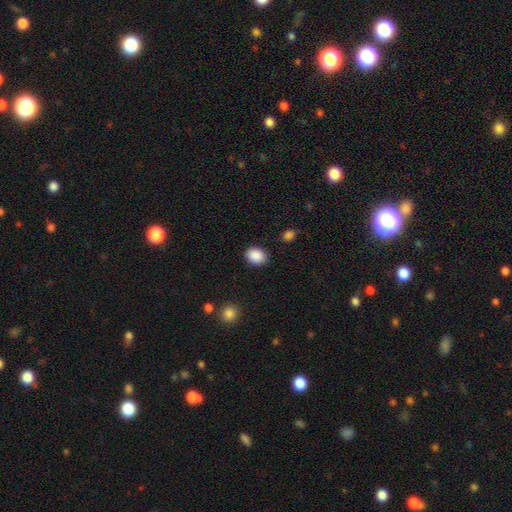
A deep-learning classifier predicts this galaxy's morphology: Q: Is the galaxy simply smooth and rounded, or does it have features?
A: smooth — 89%.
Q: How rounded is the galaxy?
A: in between — 58%.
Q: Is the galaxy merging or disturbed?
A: none — 86%.